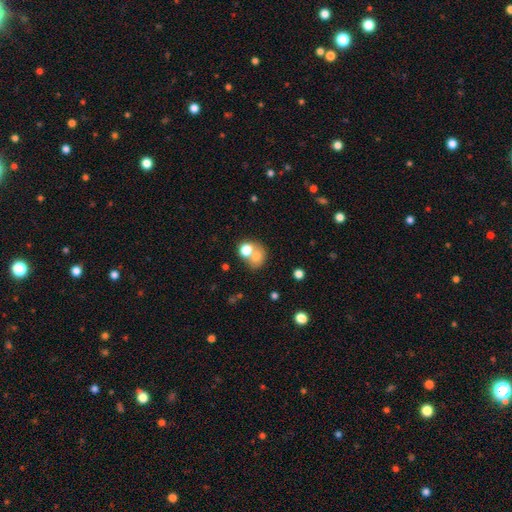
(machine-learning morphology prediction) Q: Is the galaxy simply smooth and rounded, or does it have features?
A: smooth — 73%.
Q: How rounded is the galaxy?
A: round — 66%.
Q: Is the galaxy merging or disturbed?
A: merger — 51%.